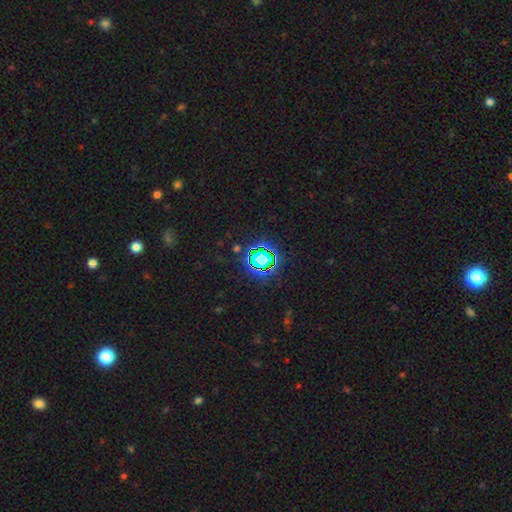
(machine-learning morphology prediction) A star or artifact, not a galaxy (77%).

Vote fractions:
- Smooth or featured? star or artifact: 77% / smooth: 15% / featured or disk: 8%